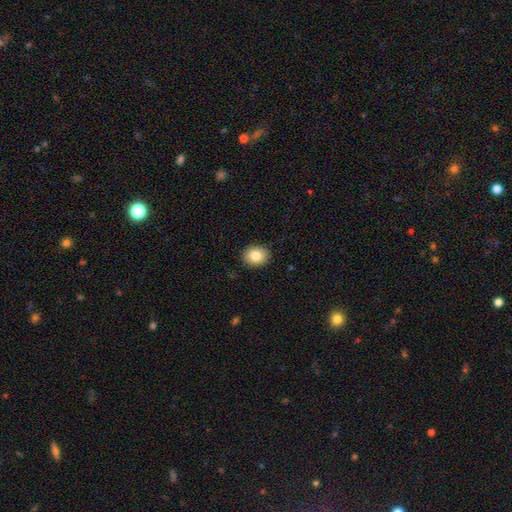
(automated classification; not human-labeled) Q: Smooth or featured?
A: smooth (83%); runner-up: featured or disk (9%)
Q: How rounded?
A: round (56%); runner-up: in between (43%)
Q: Merging?
A: none (90%); runner-up: minor disturbance (7%)